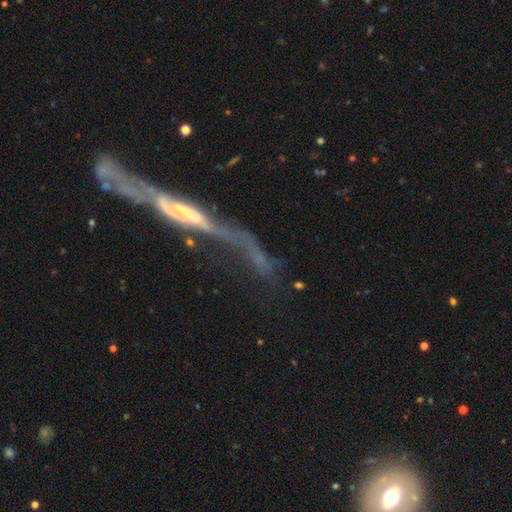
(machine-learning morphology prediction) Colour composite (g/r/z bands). It shows a featured or disk galaxy (72%) viewed edge-on (60%). Merging: major disturbance (35%).